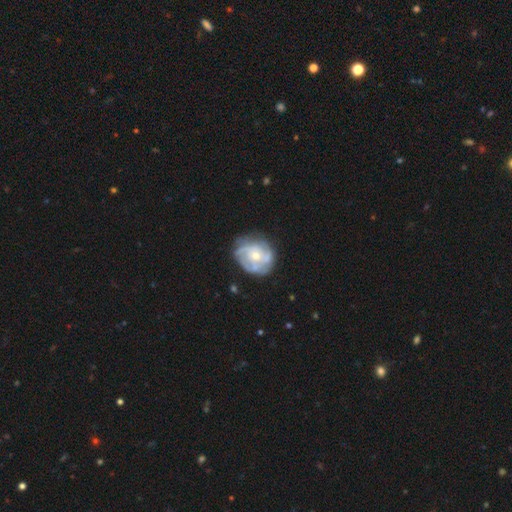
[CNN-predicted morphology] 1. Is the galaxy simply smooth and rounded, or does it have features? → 76% featured or disk, 18% smooth, 6% star or artifact.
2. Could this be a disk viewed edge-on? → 98% no, 2% yes.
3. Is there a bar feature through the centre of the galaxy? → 77% no, 20% weak, 3% strong.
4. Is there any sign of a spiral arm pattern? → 83% yes, 17% no.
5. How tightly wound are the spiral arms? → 49% tight, 36% medium, 15% loose.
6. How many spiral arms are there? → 38% can't tell, 23% 3, 20% 2, 9% 4, 5% 1, 5% more than 4.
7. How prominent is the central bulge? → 48% moderate, 47% small, 2% large, 2% none, 1% dominant.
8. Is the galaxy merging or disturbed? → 63% none, 23% minor disturbance, 11% major disturbance, 2% merger.